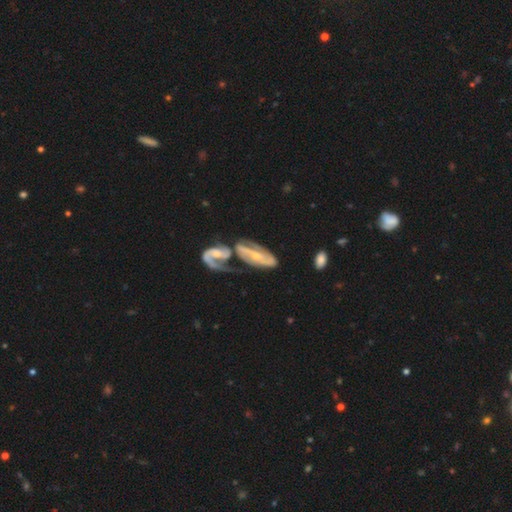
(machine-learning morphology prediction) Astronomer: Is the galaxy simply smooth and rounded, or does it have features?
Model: featured or disk — 81%.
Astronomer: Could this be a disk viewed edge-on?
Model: no — 91%.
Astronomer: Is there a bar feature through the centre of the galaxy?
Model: no — 40% (runner-up: weak, 32%).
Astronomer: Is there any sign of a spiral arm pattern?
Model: yes — 85%.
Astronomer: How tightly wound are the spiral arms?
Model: loose — 36%, tied with medium at 36%.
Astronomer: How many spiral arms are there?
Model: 2 — 59%.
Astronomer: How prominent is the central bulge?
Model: small — 59% (runner-up: moderate, 35%).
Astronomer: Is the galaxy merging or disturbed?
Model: merger — 53%.